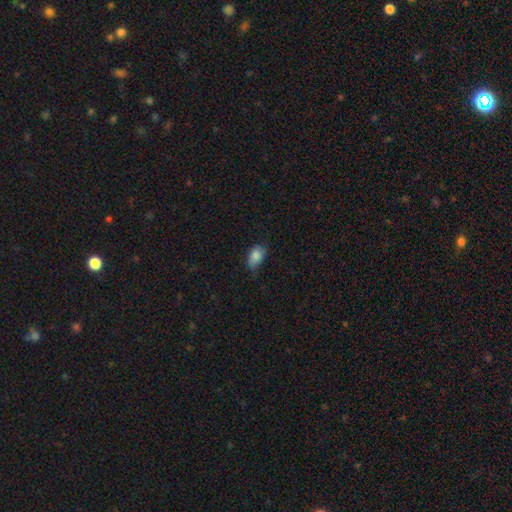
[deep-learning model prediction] Q: Smooth or featured?
A: smooth (84%); runner-up: star or artifact (8%)
Q: How rounded?
A: in between (88%); runner-up: round (10%)
Q: Merging?
A: none (50%); runner-up: minor disturbance (38%)